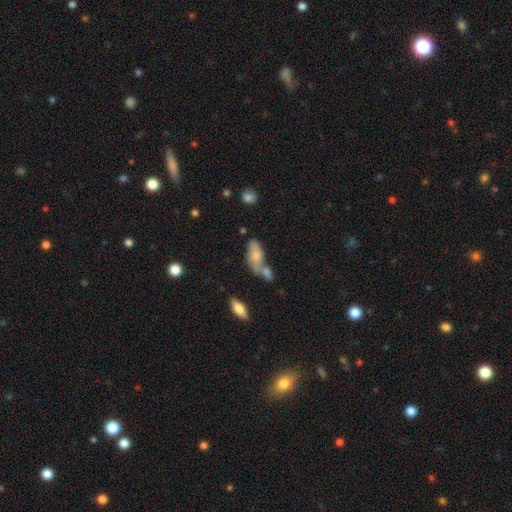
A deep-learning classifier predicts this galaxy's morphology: Overall: smooth (67%). How rounded: in between (85%). Merging: merger (43%; none 32%).